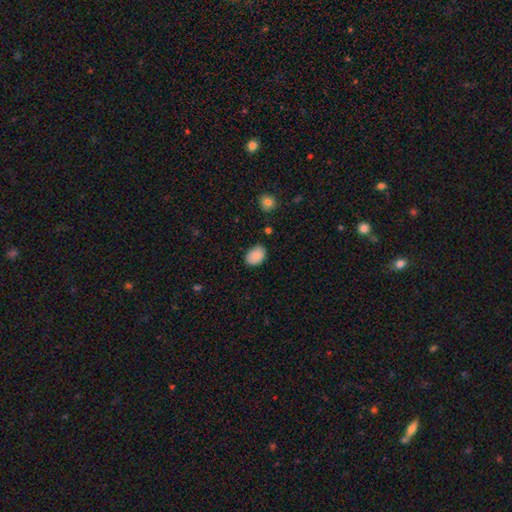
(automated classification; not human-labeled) Smooth or featured? Predicted: smooth (p=0.87). How rounded? Predicted: in between (p=0.79). Merging? Predicted: none (p=0.78).